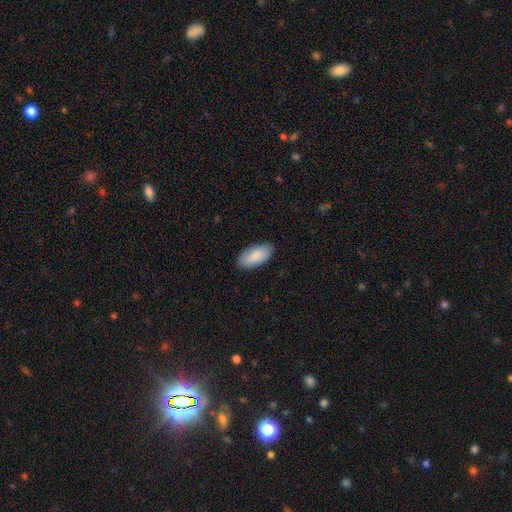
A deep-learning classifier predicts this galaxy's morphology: Overall: smooth (89%). How rounded: in between (92%). Merging: none (88%).